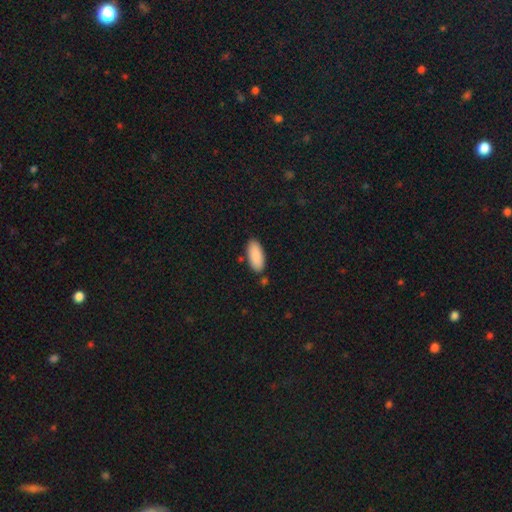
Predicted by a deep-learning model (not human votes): smooth_or_featured: smooth (p=0.90) [alt: star or artifact p=0.06]
how_rounded: in between (p=0.86) [alt: cigar-shaped p=0.13]
merging: none (p=0.83) [alt: minor disturbance p=0.11]